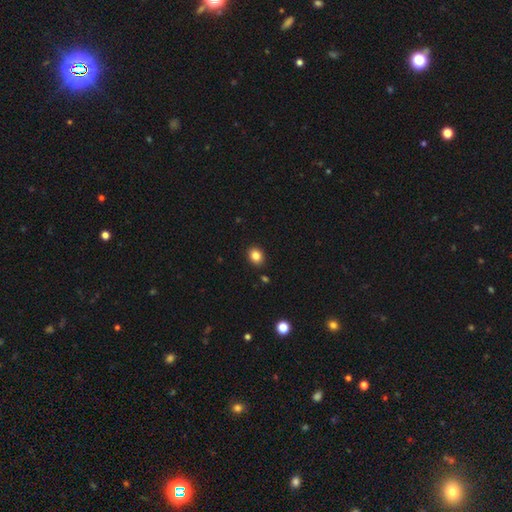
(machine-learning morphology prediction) Smooth or featured? Predicted: smooth (p=0.84). How rounded? Predicted: round (p=0.55). Merging? Predicted: none (p=0.90).